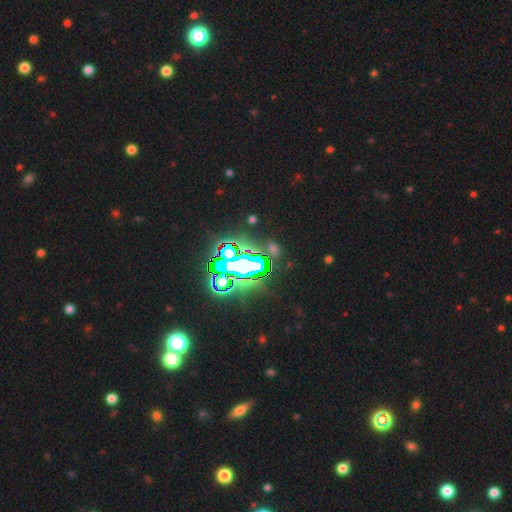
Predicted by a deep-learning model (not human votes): Smooth or featured?
  - star or artifact: 83% *
  - smooth: 10%
  - featured or disk: 7%